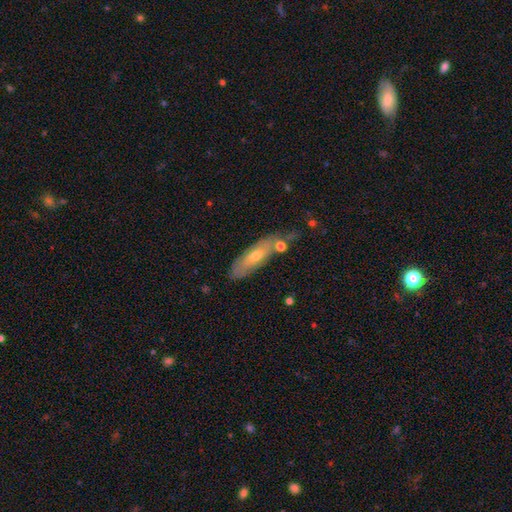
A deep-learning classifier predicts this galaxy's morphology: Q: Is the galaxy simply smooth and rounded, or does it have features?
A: smooth — 51%.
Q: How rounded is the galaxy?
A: cigar-shaped — 54%.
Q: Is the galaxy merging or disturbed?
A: none — 71%.